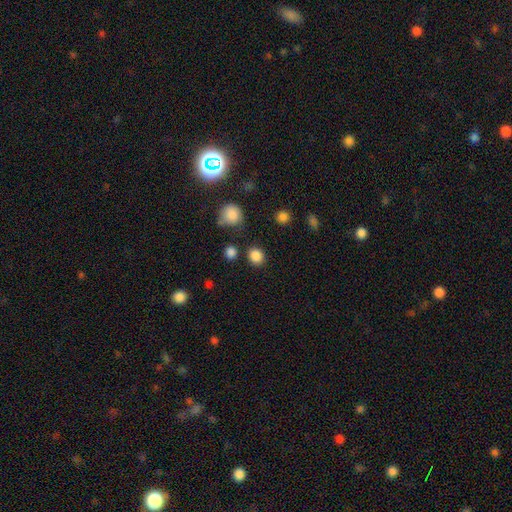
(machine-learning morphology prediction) type=smooth (85%); roundness=round (79%); merging=none (84%).